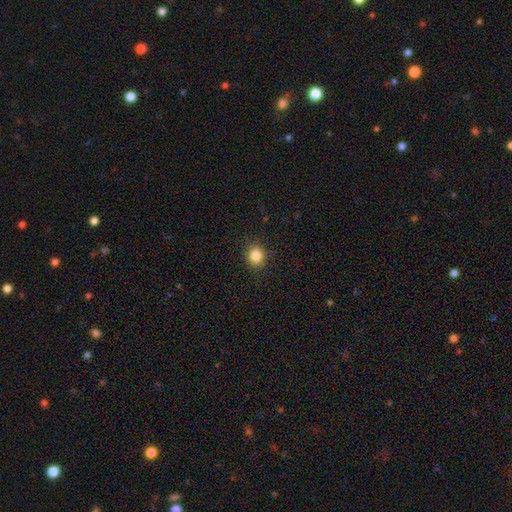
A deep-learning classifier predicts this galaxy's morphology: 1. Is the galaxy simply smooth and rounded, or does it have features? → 85% smooth, 10% star or artifact, 4% featured or disk.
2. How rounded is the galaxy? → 72% round, 27% in between, 1% cigar-shaped.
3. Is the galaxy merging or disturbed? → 88% none, 8% minor disturbance, 2% major disturbance, 1% merger.